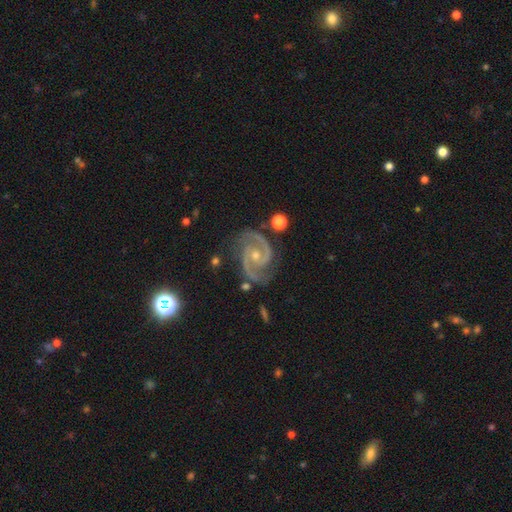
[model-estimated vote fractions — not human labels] smooth-or-featured: featured or disk: 94% | star or artifact: 4% | smooth: 2%
  disk-edge-on: no: 98% | yes: 2%
    bar: no: 57% | weak: 32% | strong: 11%
    has-spiral-arms: yes: 99% | no: 1%
      spiral-winding: medium: 58% | tight: 35% | loose: 7%
      spiral-arm-count: 2: 93% | 3: 3% | can't tell: 1% | 1: 1% | 4: 1% | more than 4: 1%
    bulge-size: small: 57% | moderate: 40% | none: 2% | large: 1% | dominant: 1%
  merging: none: 78% | minor disturbance: 15% | major disturbance: 4% | merger: 2%